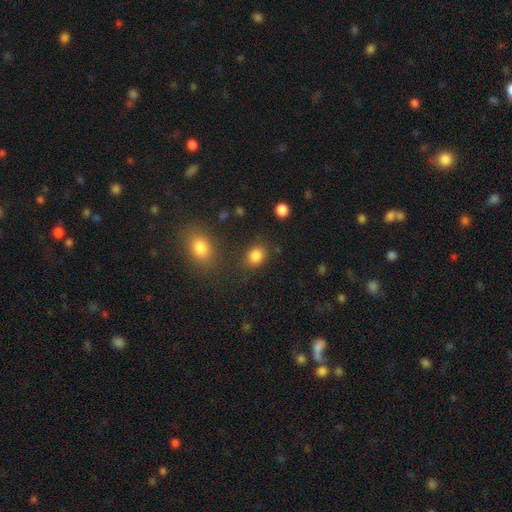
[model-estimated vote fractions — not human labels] Smooth or featured?
  - smooth: 85% *
  - star or artifact: 11%
  - featured or disk: 4%
How rounded?
  - round: 54% *
  - in between: 45%
  - cigar-shaped: 1%
Merging?
  - none: 79% *
  - minor disturbance: 12%
  - merger: 5%
  - major disturbance: 4%